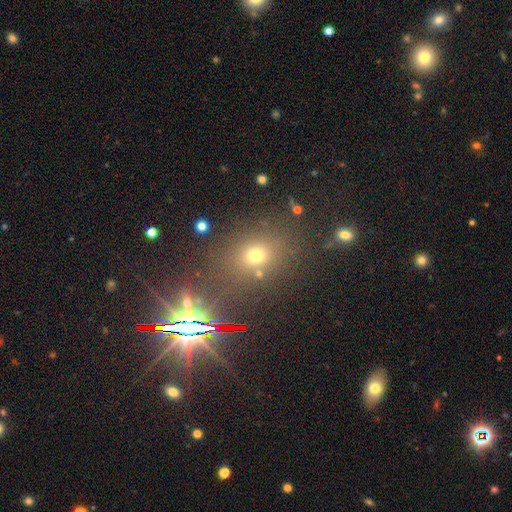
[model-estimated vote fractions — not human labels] This is likely a smooth galaxy (61%). How rounded: likely round (64%). Merging: likely none (75%).